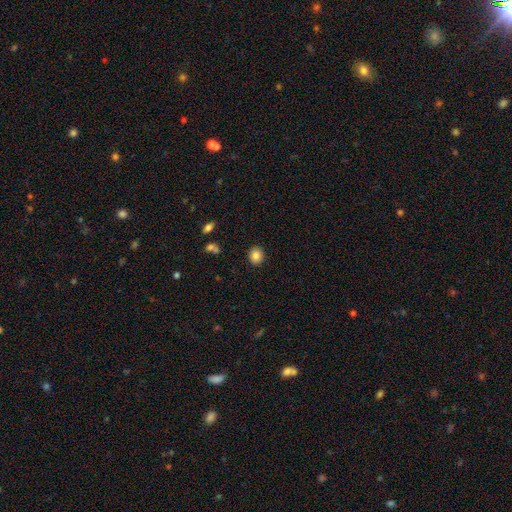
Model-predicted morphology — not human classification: Smooth or featured: smooth — 84% (star or artifact — 10%)
How rounded: round — 70% (in between — 29%)
Merging: none — 90% (minor disturbance — 7%)